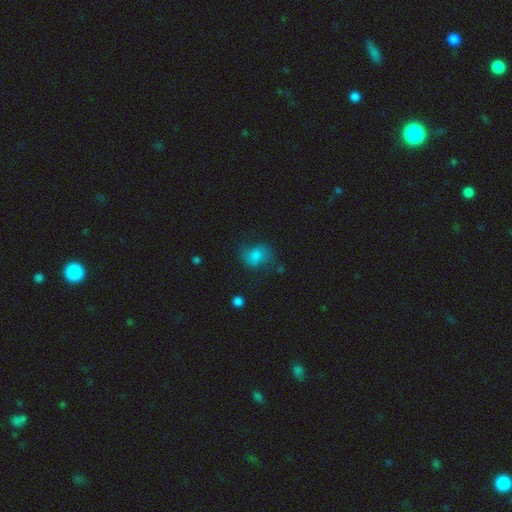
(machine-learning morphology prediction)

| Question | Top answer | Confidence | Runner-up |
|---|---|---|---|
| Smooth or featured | smooth | 61% | featured or disk (27%) |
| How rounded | in between | 50% | round (48%) |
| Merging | none | 60% | minor disturbance (24%) |